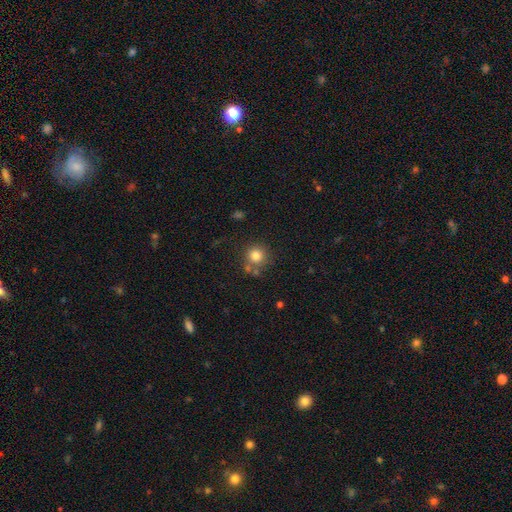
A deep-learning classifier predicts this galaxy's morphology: smooth 81%, star or artifact 12%, featured or disk 7%. Down the decision tree: how rounded — round (92%); merging — none (72%).